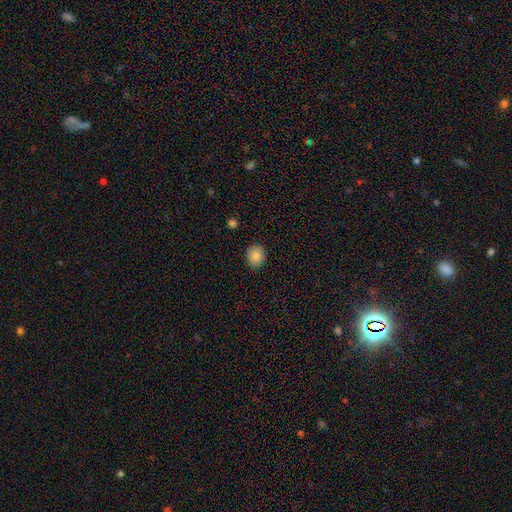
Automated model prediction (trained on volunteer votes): Smooth or featured? Predicted: smooth (p=0.86). How rounded? Predicted: round (p=0.74). Merging? Predicted: none (p=0.89).